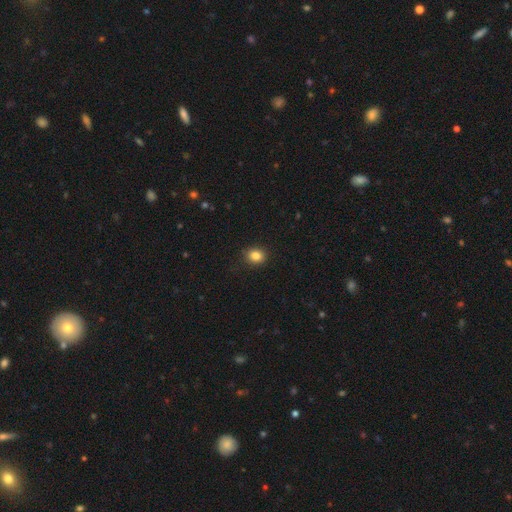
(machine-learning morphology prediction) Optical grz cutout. It shows a smooth galaxy with no disk features (85%) that is round (63%). Merging: none (89%).